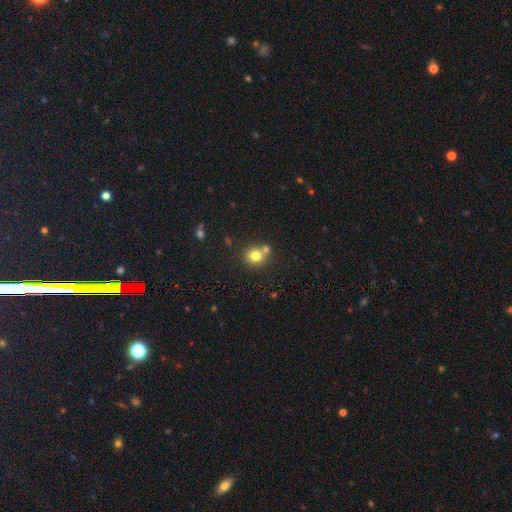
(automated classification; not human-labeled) The model was most divided on "merging": none: 62%, merger: 27%, minor disturbance: 9%, major disturbance: 3%. More confident: how rounded — round (83%); smooth or featured — smooth (78%).